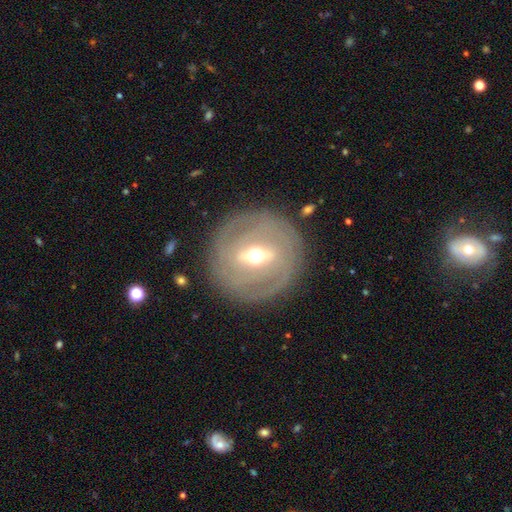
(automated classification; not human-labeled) Overall: featured or disk (78%). Edge-on disk: no (85%). Bar: strong (57%; weak 31%). Spiral arms: yes (58%; no 42%). Bulge size: moderate (69%). Merging: none (85%).